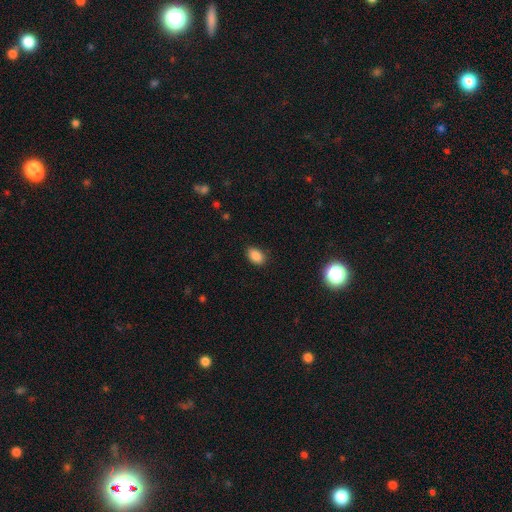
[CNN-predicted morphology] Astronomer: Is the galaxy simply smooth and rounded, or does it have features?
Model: smooth — 87%.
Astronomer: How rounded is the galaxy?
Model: in between — 88%.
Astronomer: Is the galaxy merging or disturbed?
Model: none — 85%.